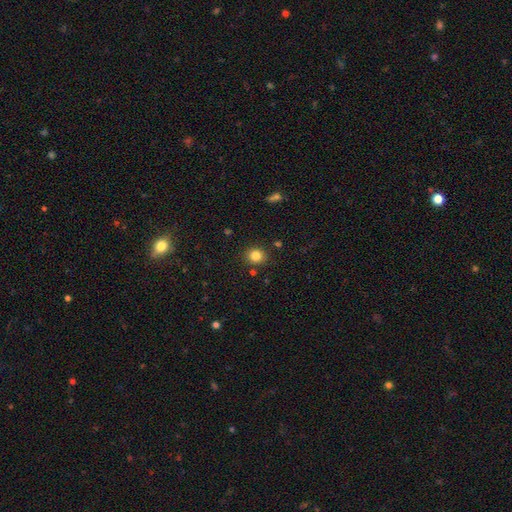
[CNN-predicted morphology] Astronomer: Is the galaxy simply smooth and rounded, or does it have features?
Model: smooth — 83%.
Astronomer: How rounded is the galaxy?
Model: round — 80%.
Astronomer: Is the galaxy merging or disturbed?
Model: none — 86%.